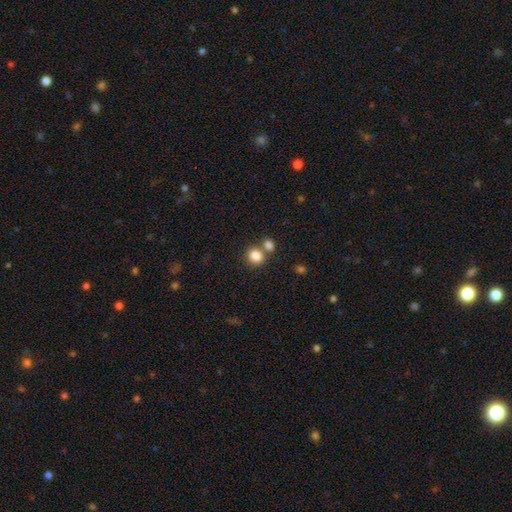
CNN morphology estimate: smooth_or_featured: smooth (p=0.84) [alt: star or artifact p=0.10]
how_rounded: round (p=0.83) [alt: in between p=0.16]
merging: none (p=0.59) [alt: merger p=0.30]